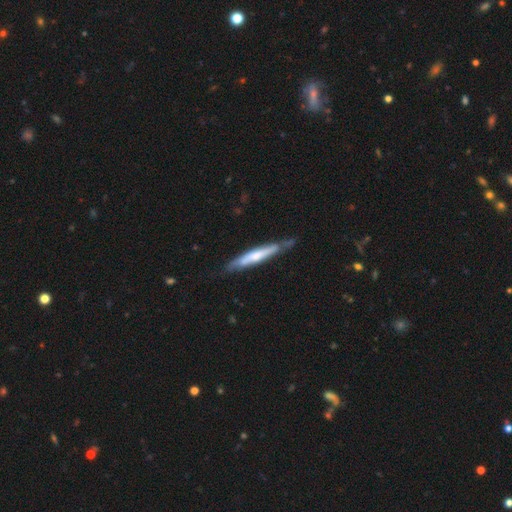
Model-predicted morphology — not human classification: Smooth or featured: smooth — 49% (featured or disk — 47%)
Merging: none — 70% (minor disturbance — 23%)